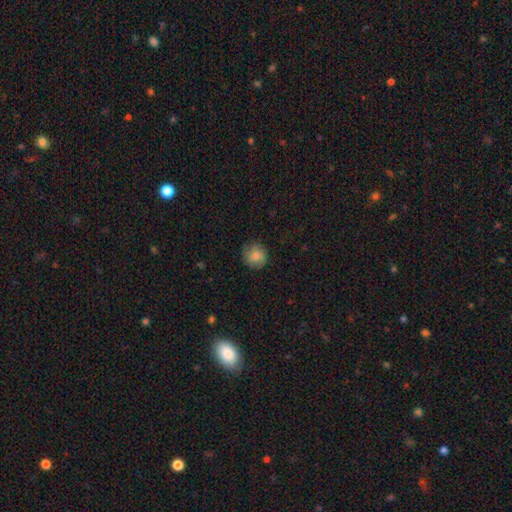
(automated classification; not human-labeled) This is likely a smooth galaxy (78%). How rounded: clearly round (88%). Merging: clearly none (81%).